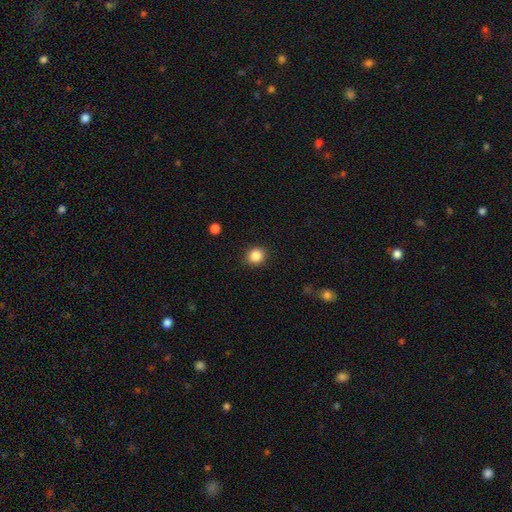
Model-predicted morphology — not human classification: Smooth or featured?
  - smooth: 86% *
  - star or artifact: 10%
  - featured or disk: 4%
How rounded?
  - round: 80% *
  - in between: 19%
  - cigar-shaped: 1%
Merging?
  - none: 90% *
  - minor disturbance: 7%
  - major disturbance: 2%
  - merger: 1%